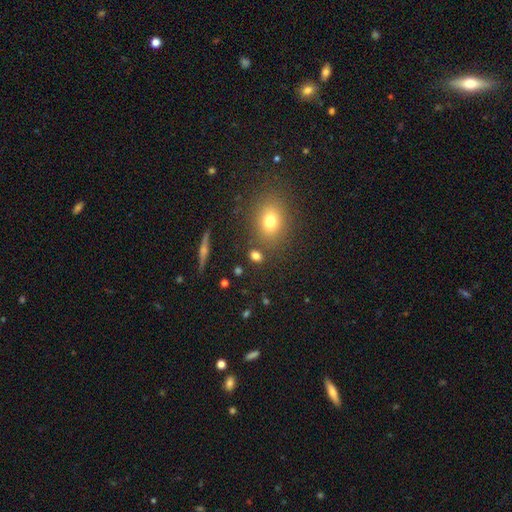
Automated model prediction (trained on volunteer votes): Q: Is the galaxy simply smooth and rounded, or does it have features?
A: smooth — 73%.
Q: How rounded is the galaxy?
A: round — 49%.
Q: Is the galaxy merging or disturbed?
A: none — 81%.